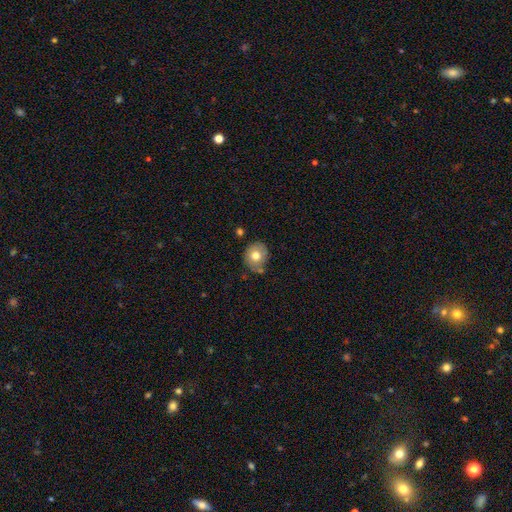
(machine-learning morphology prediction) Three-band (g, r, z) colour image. It shows a smooth galaxy with no disk features (74%) that is round (76%). Merging: none (70%).